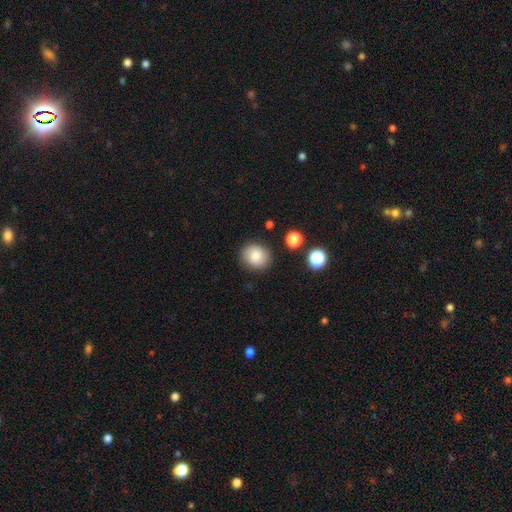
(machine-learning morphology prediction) Smooth or featured?
  - smooth: 82% *
  - star or artifact: 10%
  - featured or disk: 8%
How rounded?
  - round: 82% *
  - in between: 17%
  - cigar-shaped: 1%
Merging?
  - none: 86% *
  - minor disturbance: 10%
  - major disturbance: 3%
  - merger: 2%